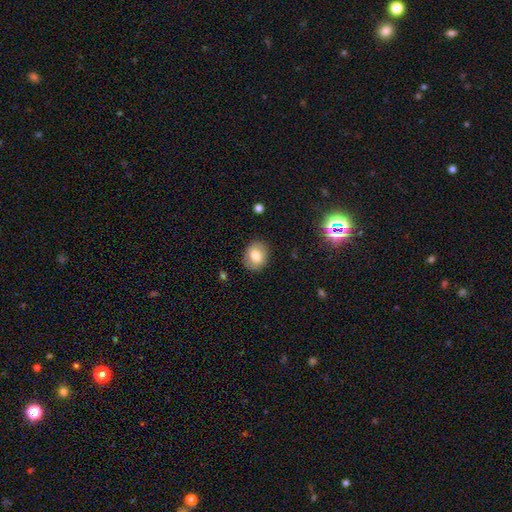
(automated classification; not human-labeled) smooth-or-featured: smooth: 77% | featured or disk: 14% | star or artifact: 9%
  how-rounded: round: 56% | in between: 43% | cigar-shaped: 1%
  merging: none: 87% | minor disturbance: 9% | major disturbance: 3% | merger: 1%